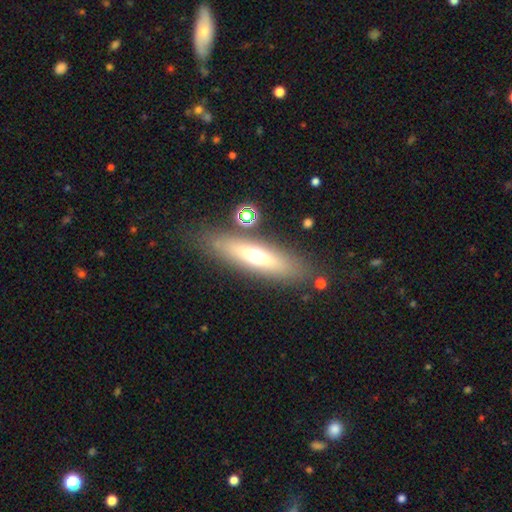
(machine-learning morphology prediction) A smooth galaxy with no disk features (52%) that is cigar-shaped (63%). Merging: none (81%).